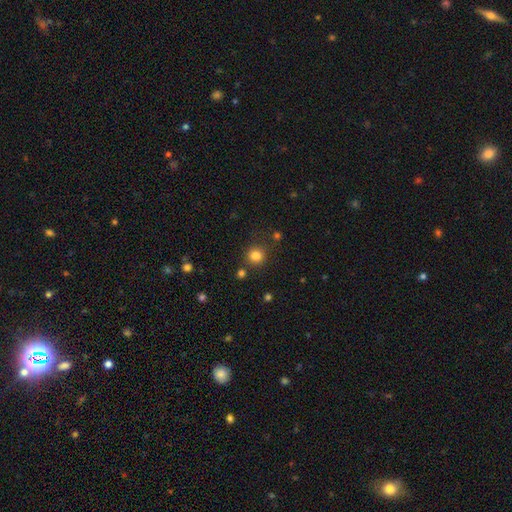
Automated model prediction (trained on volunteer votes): Smooth or featured?
  - smooth: 82% *
  - star or artifact: 13%
  - featured or disk: 5%
How rounded?
  - round: 92% *
  - in between: 7%
  - cigar-shaped: 1%
Merging?
  - none: 84% *
  - minor disturbance: 8%
  - merger: 5%
  - major disturbance: 3%